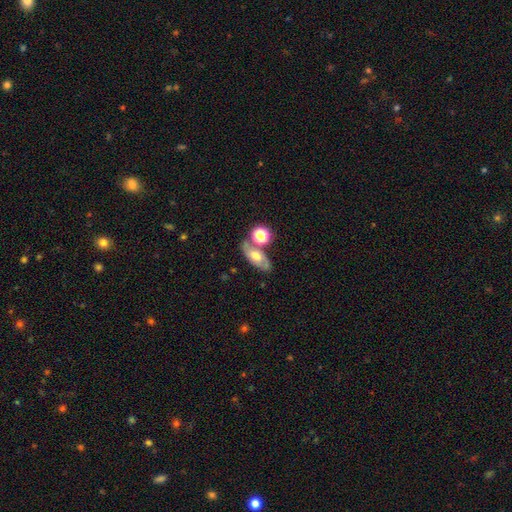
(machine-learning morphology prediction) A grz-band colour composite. It shows a featured or disk galaxy (50%). Merging: none (61%).